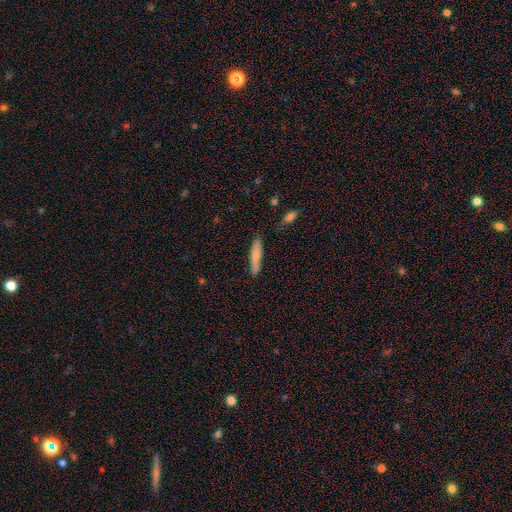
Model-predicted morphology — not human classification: smooth-or-featured: smooth: 75% | featured or disk: 19% | star or artifact: 6%
  how-rounded: cigar-shaped: 87% | in between: 12% | round: 1%
  merging: none: 78% | minor disturbance: 16% | merger: 3% | major disturbance: 3%